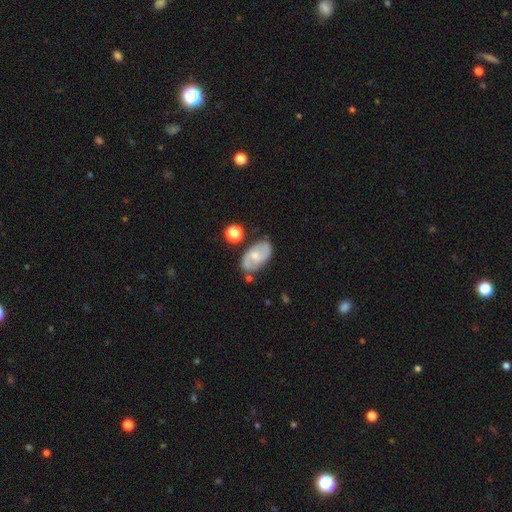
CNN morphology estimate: A featured or disk galaxy (67%) with no bar (51%), 2 (84%) medium (49%) spiral arms (87%) and a small central bulge (48%). Merging: none (70%).